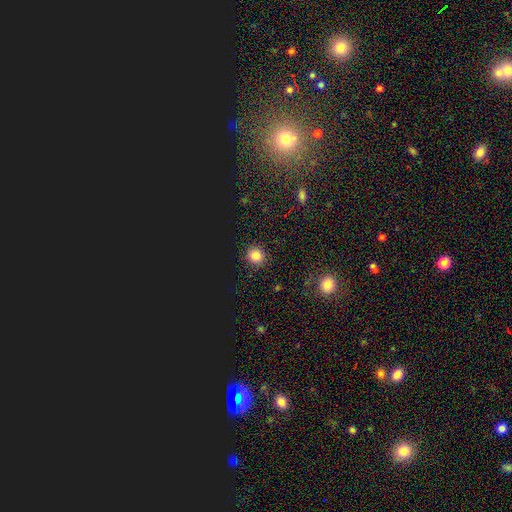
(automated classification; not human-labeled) This is likely a smooth galaxy (76%). How rounded: clearly round (89%). Merging: clearly none (89%).